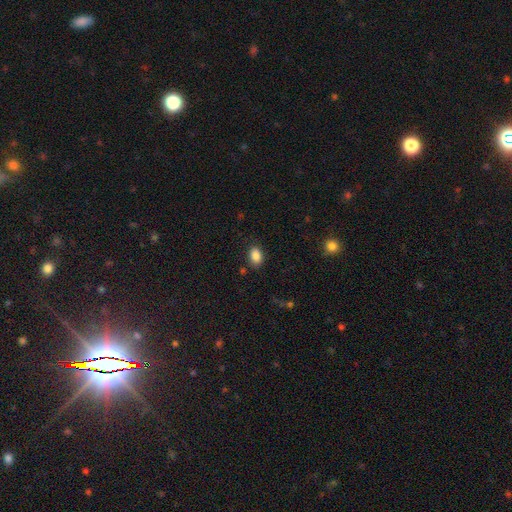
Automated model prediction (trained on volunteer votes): A smooth galaxy with no disk features (87%) that is in between round and cigar-shaped (83%). Merging: none (83%).